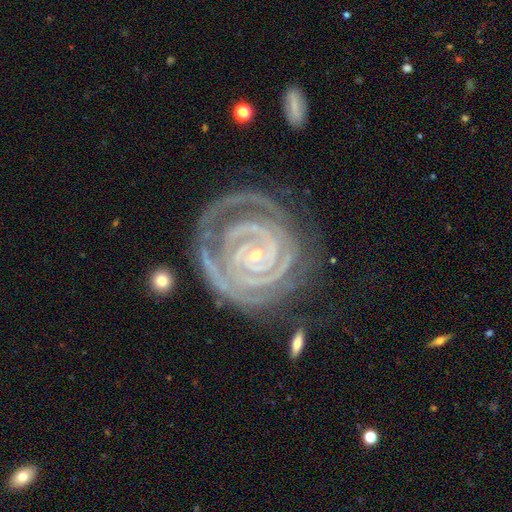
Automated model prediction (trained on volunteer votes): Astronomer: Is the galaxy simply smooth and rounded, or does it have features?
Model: featured or disk — 92%.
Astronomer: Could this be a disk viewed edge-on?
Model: no — 98%.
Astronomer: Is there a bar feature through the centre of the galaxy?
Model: no — 58%.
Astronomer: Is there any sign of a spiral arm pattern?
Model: yes — 98%.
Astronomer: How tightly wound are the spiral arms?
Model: tight — 88%.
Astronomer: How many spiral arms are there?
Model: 2 — 46% (runner-up: 3, 22%).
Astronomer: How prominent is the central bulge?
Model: small — 86%.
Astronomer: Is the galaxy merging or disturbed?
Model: none — 70%.